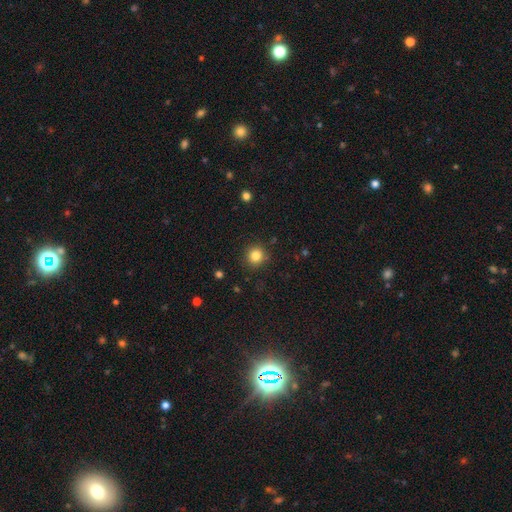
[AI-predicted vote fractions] Smooth or featured? smooth (84%)
How rounded? round (93%)
Merging? none (89%)